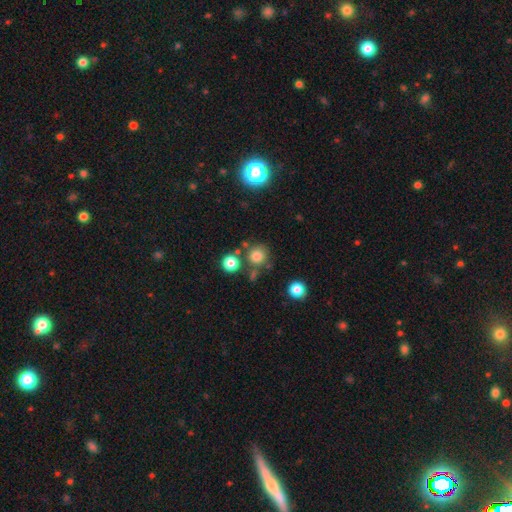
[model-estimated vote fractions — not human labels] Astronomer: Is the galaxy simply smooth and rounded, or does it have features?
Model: smooth — 78%.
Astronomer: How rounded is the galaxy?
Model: round — 92%.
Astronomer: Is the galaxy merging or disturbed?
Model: none — 73%.